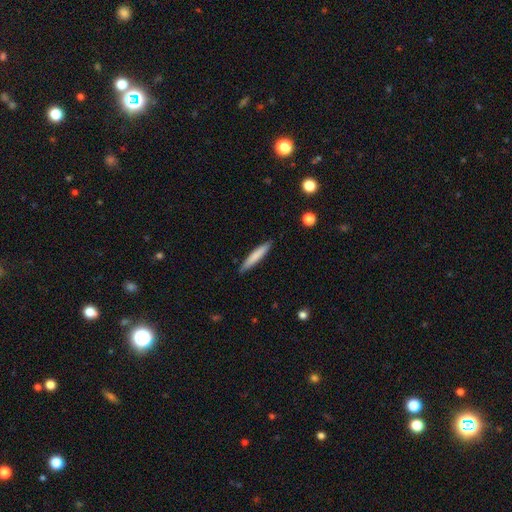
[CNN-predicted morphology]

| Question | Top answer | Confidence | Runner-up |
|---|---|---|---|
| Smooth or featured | smooth | 77% | featured or disk (18%) |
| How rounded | cigar-shaped | 92% | in between (7%) |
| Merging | none | 88% | minor disturbance (9%) |